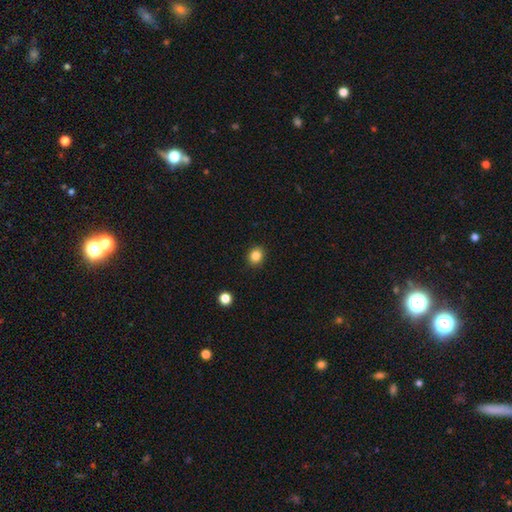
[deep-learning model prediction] smooth_or_featured: smooth (p=0.84) [alt: star or artifact p=0.11]
how_rounded: round (p=0.68) [alt: in between p=0.32]
merging: none (p=0.90) [alt: minor disturbance p=0.07]